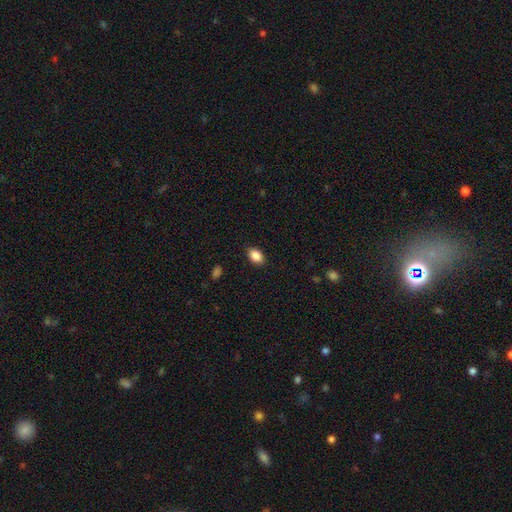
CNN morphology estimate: Smooth or featured?
  - smooth: 88% *
  - star or artifact: 8%
  - featured or disk: 4%
How rounded?
  - in between: 88% *
  - round: 10%
  - cigar-shaped: 2%
Merging?
  - none: 88% *
  - minor disturbance: 9%
  - major disturbance: 2%
  - merger: 1%